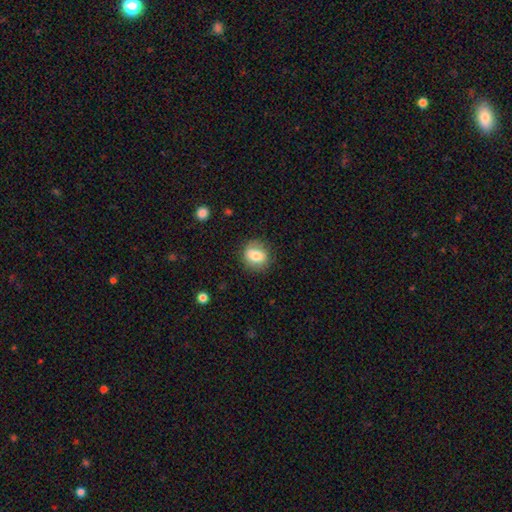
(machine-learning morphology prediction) This is likely a smooth galaxy (75%). How rounded: likely round (69%). Merging: likely none (74%).